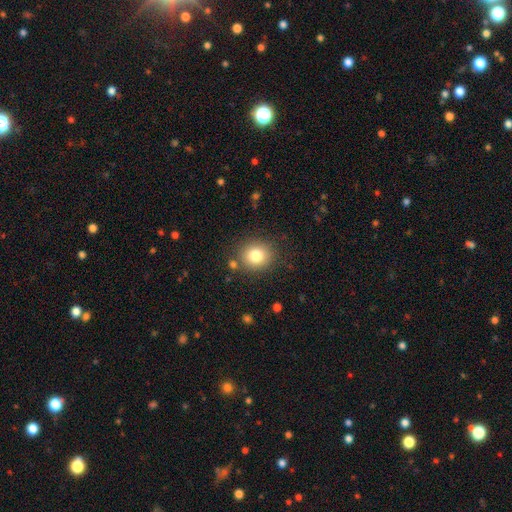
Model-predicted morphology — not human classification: type=smooth (81%); roundness=round (78%); merging=none (84%).